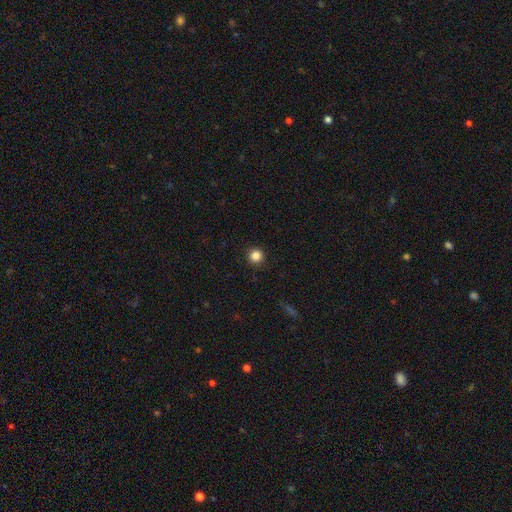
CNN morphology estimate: A smooth galaxy with no disk features (85%) that is round (95%). Merging: none (92%).